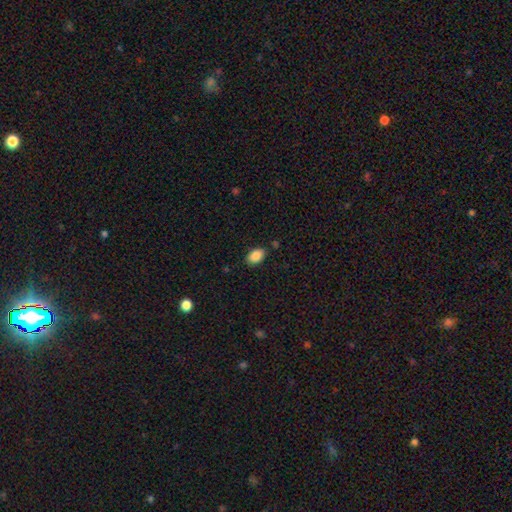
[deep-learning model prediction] Smooth or featured? Predicted: smooth (p=0.87). How rounded? Predicted: in between (p=0.88). Merging? Predicted: none (p=0.84).